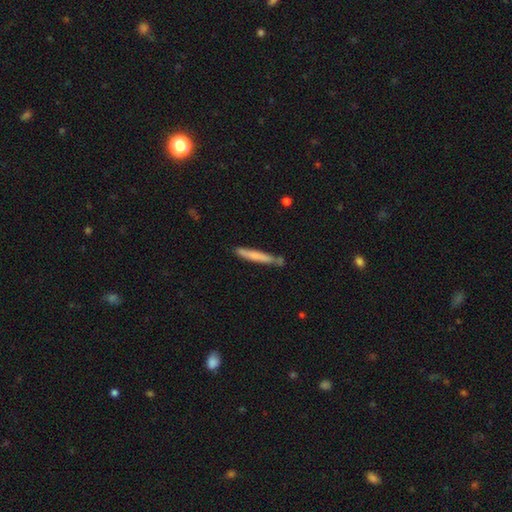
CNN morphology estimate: A smooth galaxy with no disk features (68%) that is cigar-shaped (95%). Merging: none (74%).